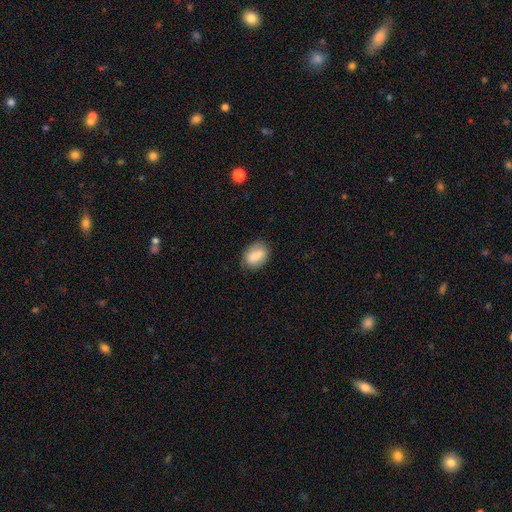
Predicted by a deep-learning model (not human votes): Smooth or featured? smooth (81%)
How rounded? in between (84%)
Merging? none (79%)